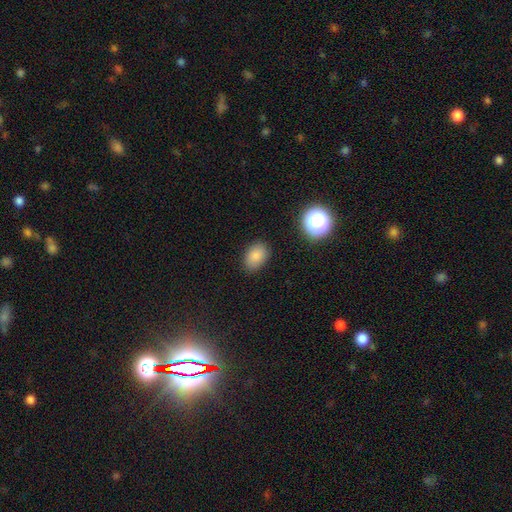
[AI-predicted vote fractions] smooth_or_featured: smooth (p=0.84) [alt: star or artifact p=0.10]
how_rounded: in between (p=0.81) [alt: round p=0.18]
merging: none (p=0.84) [alt: minor disturbance p=0.11]